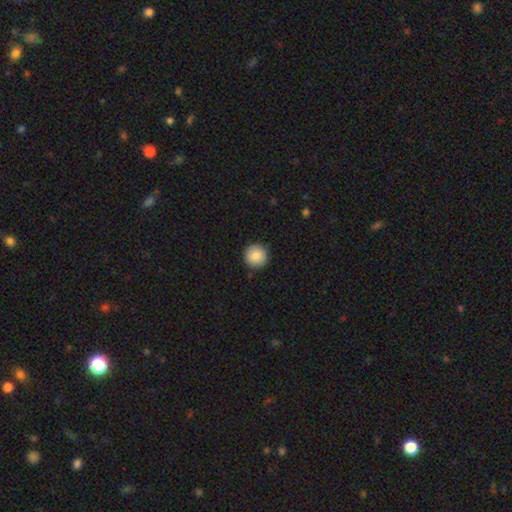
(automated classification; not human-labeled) Overall: smooth (87%). How rounded: round (96%). Merging: none (91%).